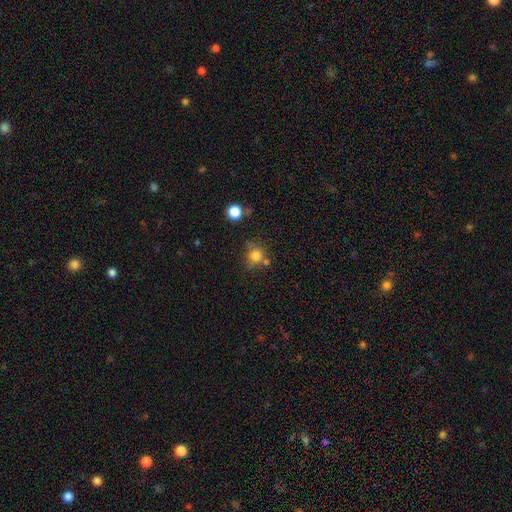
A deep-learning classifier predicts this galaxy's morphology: smooth_or_featured: smooth (p=0.78) [alt: star or artifact p=0.13]
how_rounded: round (p=0.81) [alt: in between p=0.18]
merging: none (p=0.62) [alt: minor disturbance p=0.17]